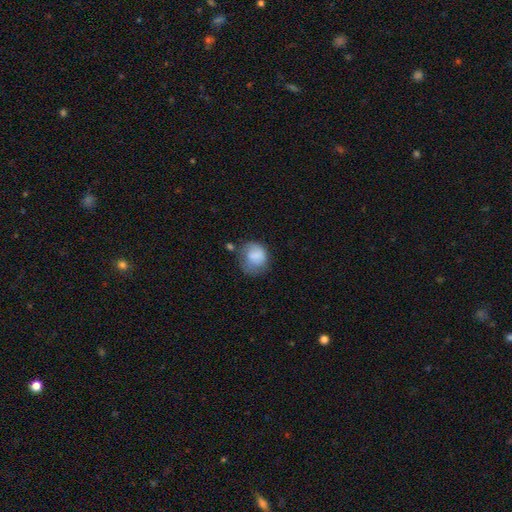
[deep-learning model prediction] smooth 76%, featured or disk 16%, star or artifact 8%. Down the decision tree: how rounded — round (70%); merging — none (45%).